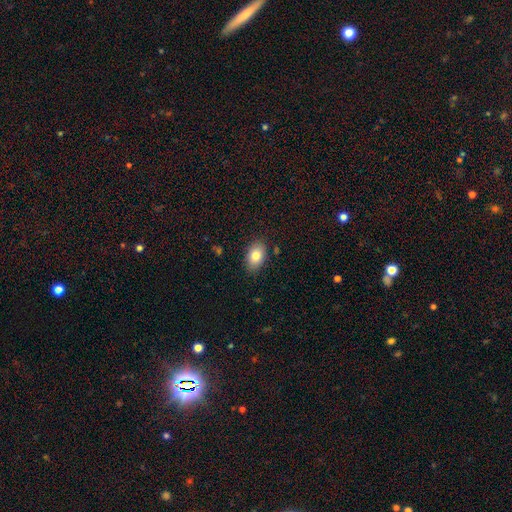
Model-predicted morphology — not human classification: This appears to be a smooth galaxy with no disk features (80%) that is in between round and cigar-shaped (89%). Merging: none (85%).